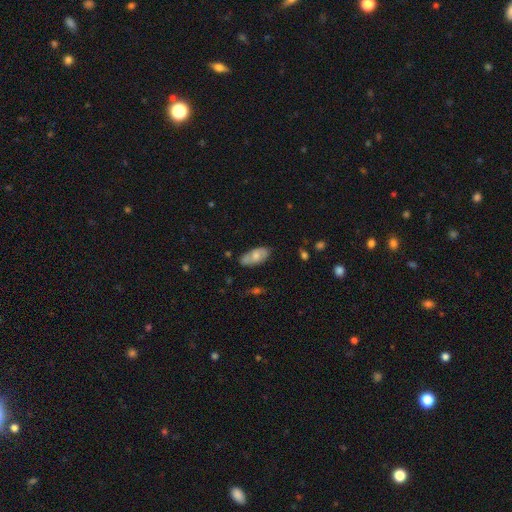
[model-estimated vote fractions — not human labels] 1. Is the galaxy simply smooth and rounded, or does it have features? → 63% smooth, 31% featured or disk, 6% star or artifact.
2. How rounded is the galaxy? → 90% in between, 7% cigar-shaped, 3% round.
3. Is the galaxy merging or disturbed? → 73% none, 20% minor disturbance, 4% major disturbance, 3% merger.